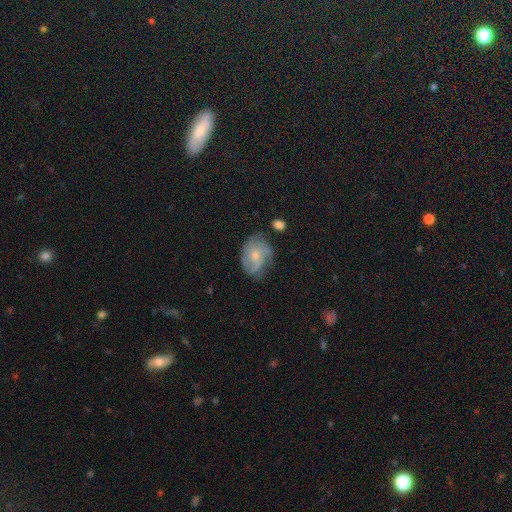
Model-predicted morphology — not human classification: A featured or disk galaxy (64%) with no bar (75%), 3 (32%) medium (43%) spiral arms (86%) and a small central bulge (56%). Merging: none (59%).